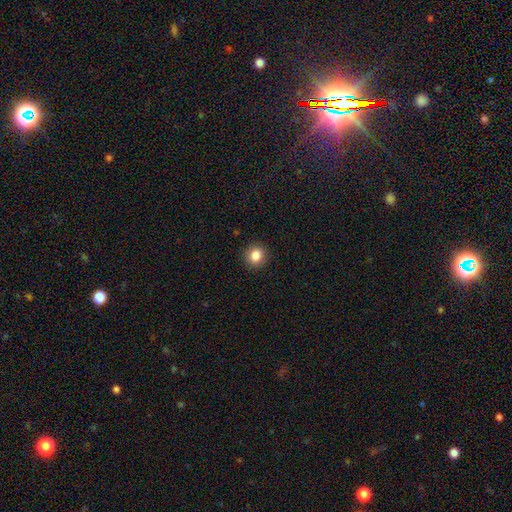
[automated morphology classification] Q: Smooth or featured?
A: smooth (85%); runner-up: star or artifact (10%)
Q: How rounded?
A: round (87%); runner-up: in between (12%)
Q: Merging?
A: none (91%); runner-up: minor disturbance (6%)